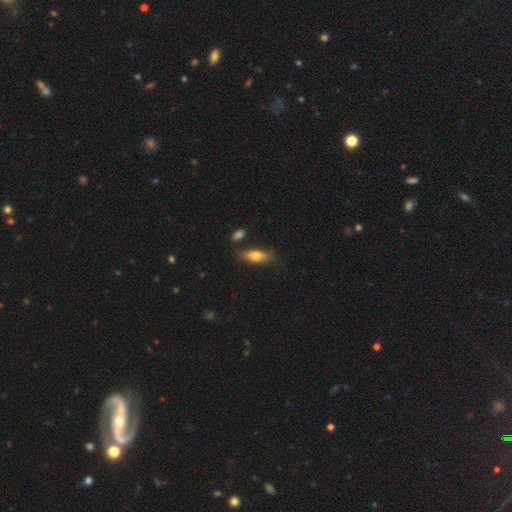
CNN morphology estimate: This appears to be a smooth galaxy with no disk features (73%) that is in between round and cigar-shaped (65%). Merging: none (74%).